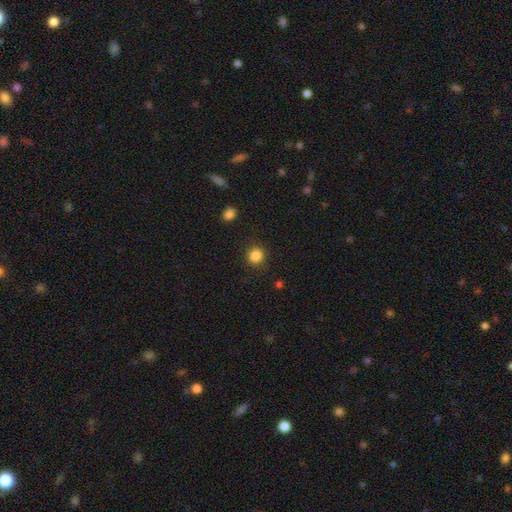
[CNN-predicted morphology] The model was most divided on "smooth or featured": smooth: 85%, star or artifact: 11%, featured or disk: 4%. More confident: merging — none (89%); how rounded — round (88%).